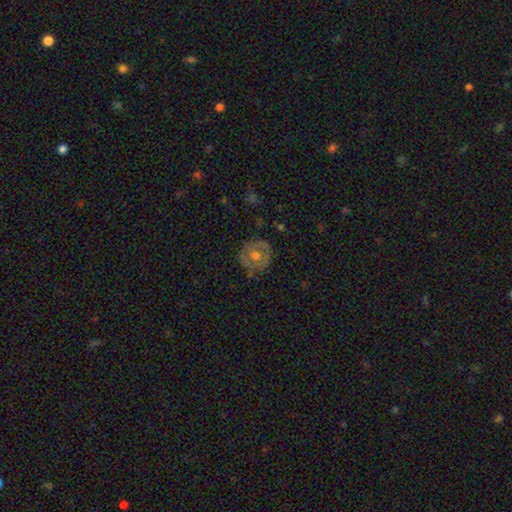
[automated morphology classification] Smooth or featured? Predicted: featured or disk (p=0.52). Edge-on disk? Predicted: no (p=0.96). Merging? Predicted: none (p=0.82).